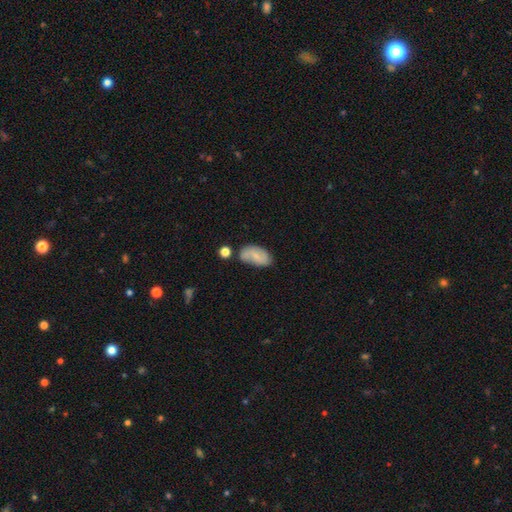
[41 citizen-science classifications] smooth-or-featured: smooth: 51% | featured or disk: 41% | star or artifact: 7%
  how-rounded: in between: 90% | cigar-shaped: 10% | round: 0%
  merging: none: 68% | minor disturbance: 18% | merger: 8% | major disturbance: 5%